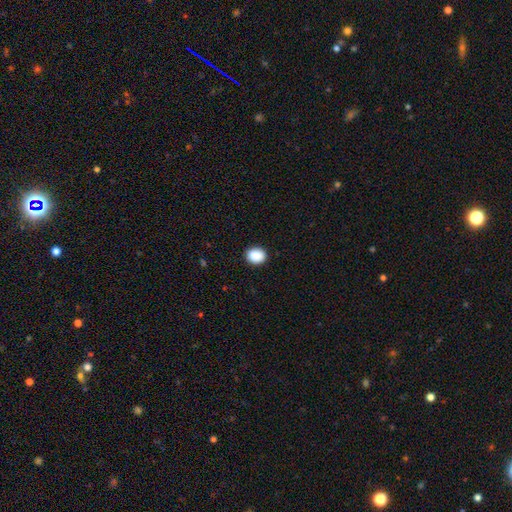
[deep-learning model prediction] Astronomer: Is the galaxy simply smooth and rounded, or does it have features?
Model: smooth — 89%.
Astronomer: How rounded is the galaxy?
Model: round — 60% (runner-up: in between, 39%).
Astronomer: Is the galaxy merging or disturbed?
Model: none — 88%.